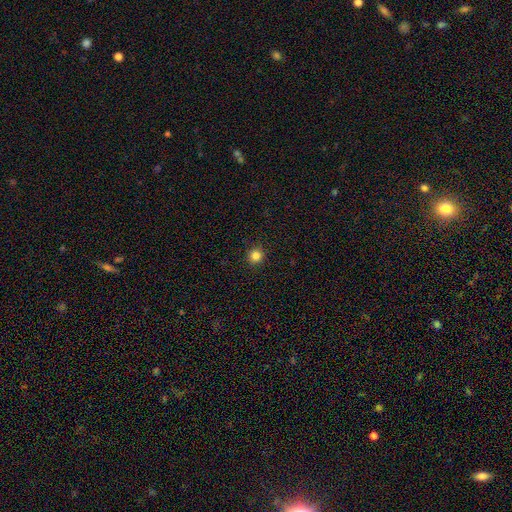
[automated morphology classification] Smooth or featured?
  - smooth: 84% *
  - star or artifact: 12%
  - featured or disk: 4%
How rounded?
  - round: 95% *
  - in between: 4%
  - cigar-shaped: 1%
Merging?
  - none: 92% *
  - minor disturbance: 5%
  - major disturbance: 2%
  - merger: 1%